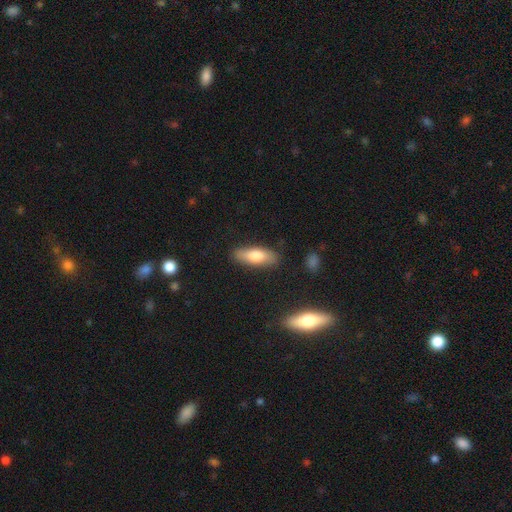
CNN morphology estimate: type=smooth (73%); roundness=in between (63%); merging=none (84%).